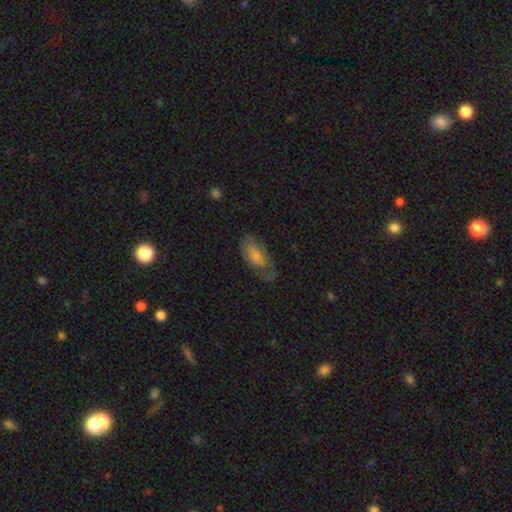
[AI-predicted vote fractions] Overall: smooth (52%; featured or disk 39%). How rounded: in between (89%). Merging: none (52%; minor disturbance 28%).